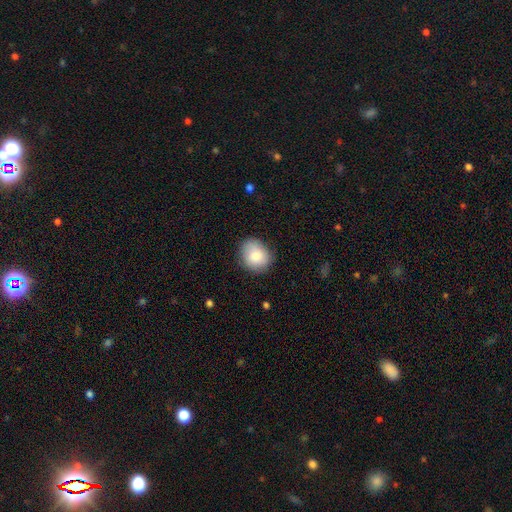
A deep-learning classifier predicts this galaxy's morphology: type=smooth (83%); roundness=round (69%); merging=none (79%).